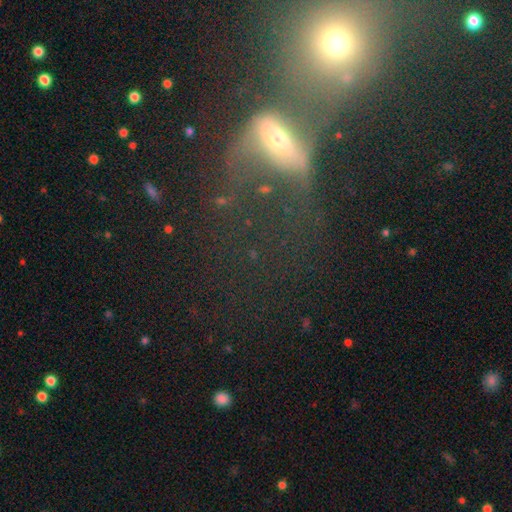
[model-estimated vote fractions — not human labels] featured or disk 44%, smooth 31%, star or artifact 25%. Down the decision tree: merging — major disturbance (30%).